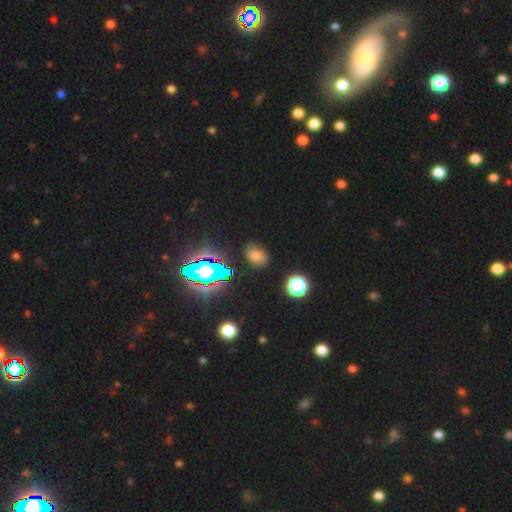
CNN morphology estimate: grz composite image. It shows a smooth galaxy with no disk features (59%) that is in between round and cigar-shaped (68%). Merging: none (76%).